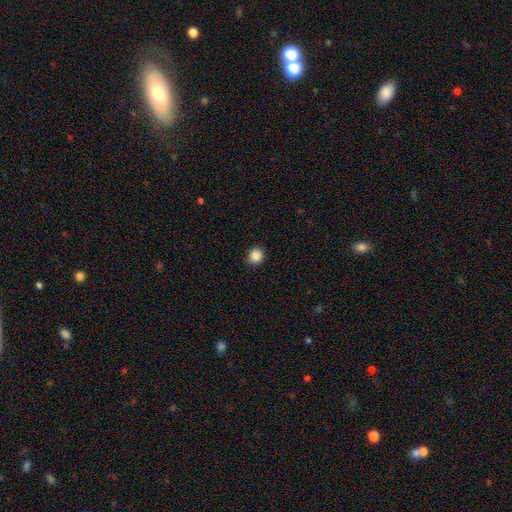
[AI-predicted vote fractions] A smooth galaxy with no disk features (87%) that is round (87%).

Vote fractions:
- Smooth or featured? smooth: 87% / star or artifact: 10% / featured or disk: 3%
- How rounded? round: 87% / in between: 12% / cigar-shaped: 1%
- Merging? none: 85% / minor disturbance: 12% / major disturbance: 2% / merger: 1%